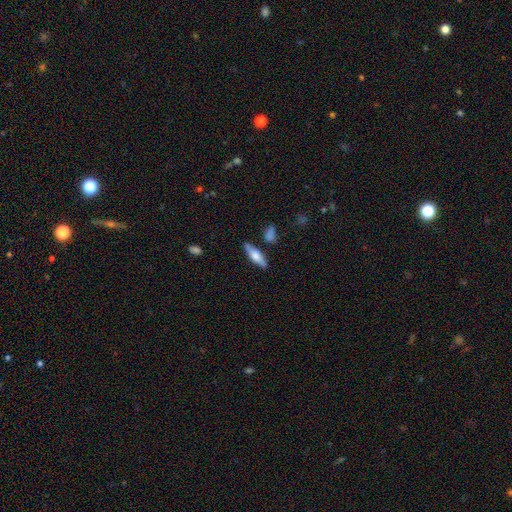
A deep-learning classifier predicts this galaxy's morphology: smooth_or_featured: smooth (p=0.57) [alt: featured or disk p=0.37]
how_rounded: cigar-shaped (p=0.55) [alt: in between p=0.42]
merging: none (p=0.79) [alt: minor disturbance p=0.14]